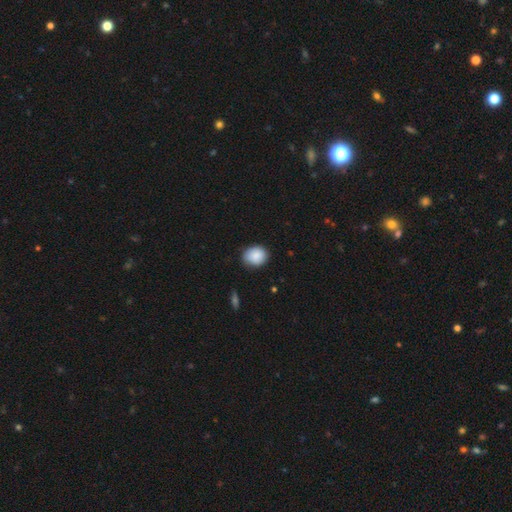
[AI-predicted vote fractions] Smooth or featured: smooth — 88% (star or artifact — 7%)
How rounded: round — 63% (in between — 36%)
Merging: none — 83% (minor disturbance — 14%)